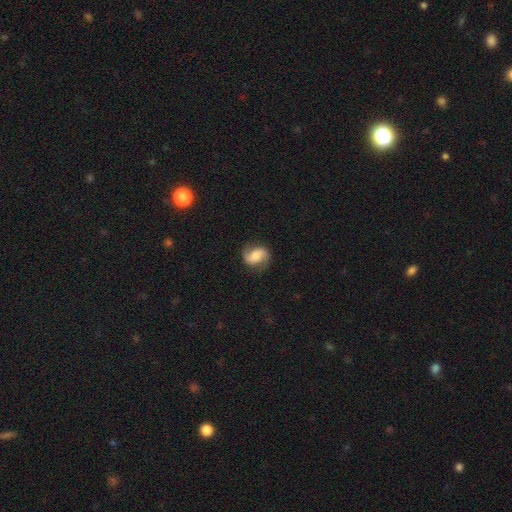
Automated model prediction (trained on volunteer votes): Smooth or featured? featured or disk (68%)
Edge-on disk? no (97%)
Bar? no (48%)
Spiral arms? yes (94%)
Spiral winding? loose (43%)
Spiral arm count? 2 (90%)
Bulge size? moderate (42%)
Merging? none (79%)